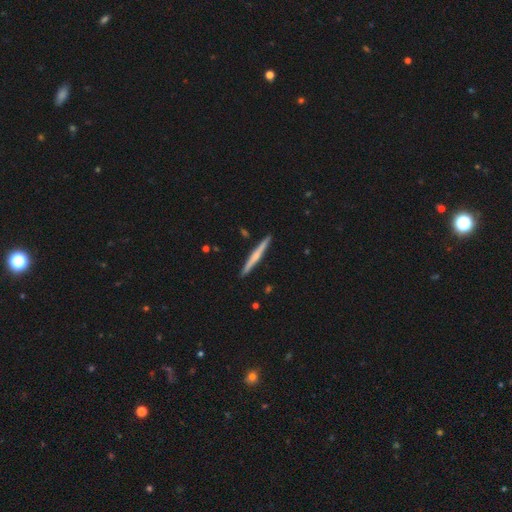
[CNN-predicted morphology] A featured or disk galaxy (54%) viewed edge-on (98%) with a rounded central bulge (47%).

Vote fractions:
- Smooth or featured? featured or disk: 54% / smooth: 41% / star or artifact: 5%
- Edge-on disk? yes: 98% / no: 2%
- Edge-on bulge? rounded: 47% / none: 45% / boxy: 8%
- Merging? none: 92% / minor disturbance: 6% / merger: 1% / major disturbance: 1%